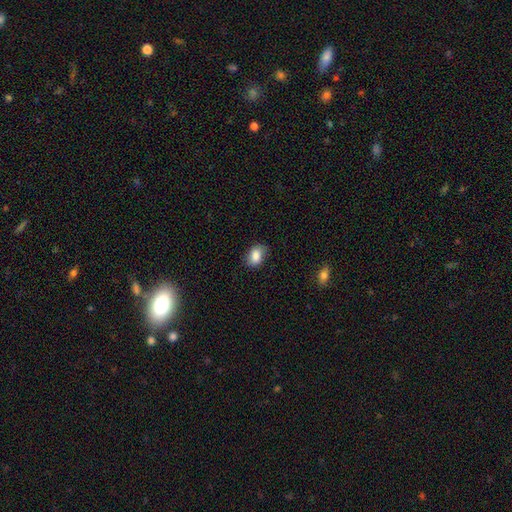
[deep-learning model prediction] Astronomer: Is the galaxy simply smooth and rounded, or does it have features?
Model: smooth — 85%.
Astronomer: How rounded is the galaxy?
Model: in between — 79%.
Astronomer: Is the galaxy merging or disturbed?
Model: none — 76%.